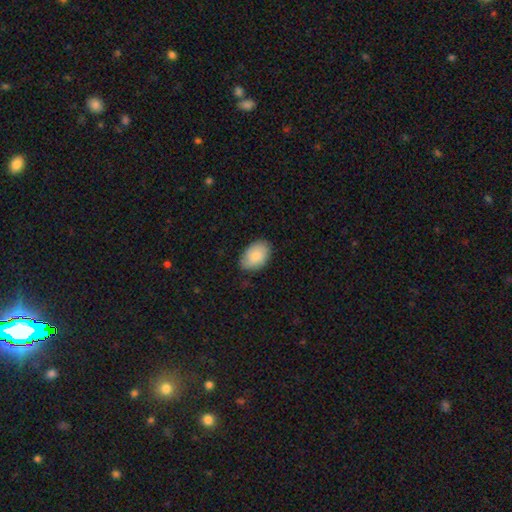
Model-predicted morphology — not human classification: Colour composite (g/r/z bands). It shows a smooth galaxy with no disk features (85%) that is in between round and cigar-shaped (90%). Merging: none (80%).